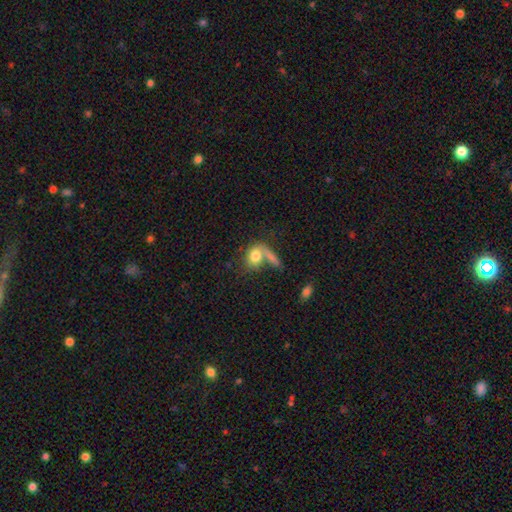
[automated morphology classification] This is likely a smooth galaxy (76%). How rounded: possibly in between (55%). Merging: marginally merger (38%).